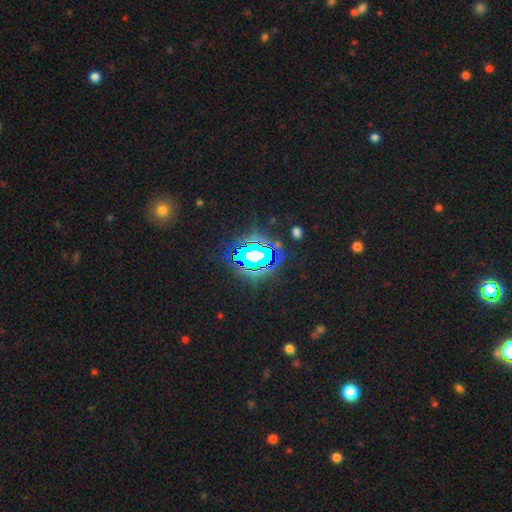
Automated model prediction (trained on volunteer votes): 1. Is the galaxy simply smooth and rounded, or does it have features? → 70% star or artifact, 15% smooth, 15% featured or disk.